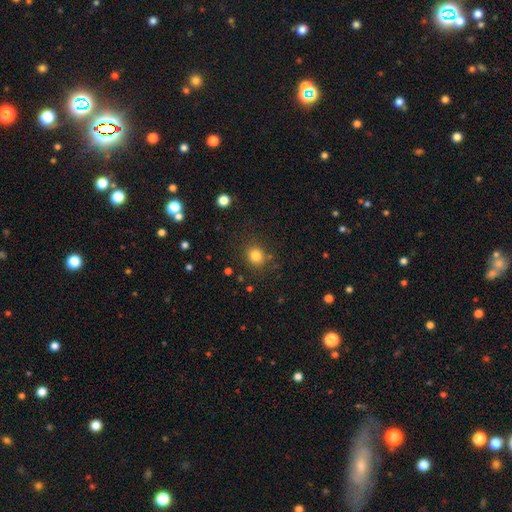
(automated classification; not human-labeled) This appears to be a smooth galaxy with no disk features (81%) that is round (80%). Merging: none (84%).